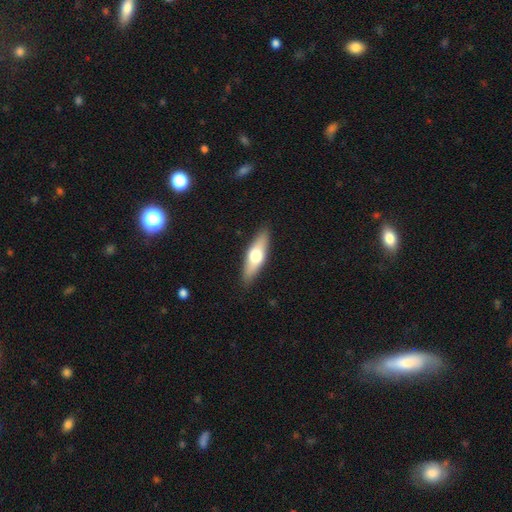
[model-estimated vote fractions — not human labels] A smooth galaxy with no disk features (52%) that is cigar-shaped (54%).

Vote fractions:
- Smooth or featured? smooth: 52% / featured or disk: 42% / star or artifact: 5%
- How rounded? cigar-shaped: 54% / in between: 43% / round: 3%
- Merging? none: 89% / minor disturbance: 8% / major disturbance: 2% / merger: 1%